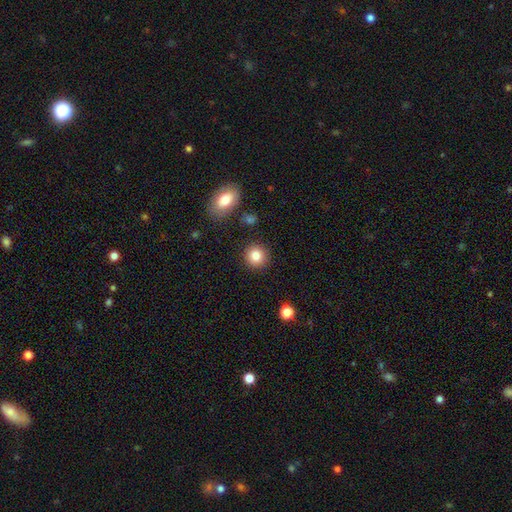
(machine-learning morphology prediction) This is clearly a smooth galaxy (84%). How rounded: clearly round (90%). Merging: clearly none (89%).